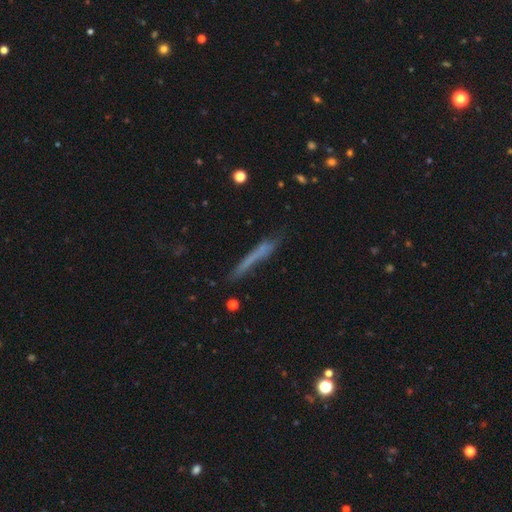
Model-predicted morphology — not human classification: Overall: smooth (56%; featured or disk 32%). How rounded: cigar-shaped (94%). Merging: none (63%; minor disturbance 23%).